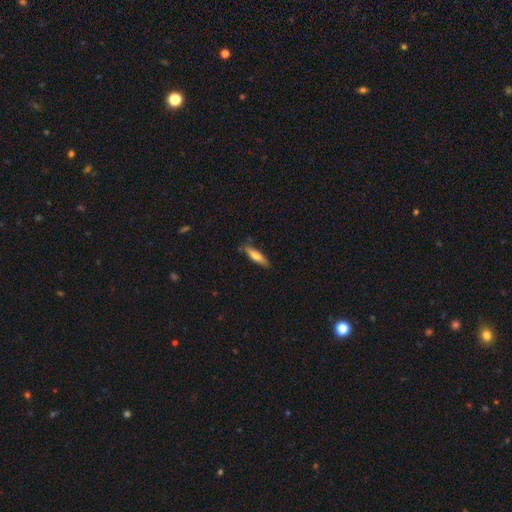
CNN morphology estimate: type=smooth (66%); roundness=cigar-shaped (74%); merging=none (81%).